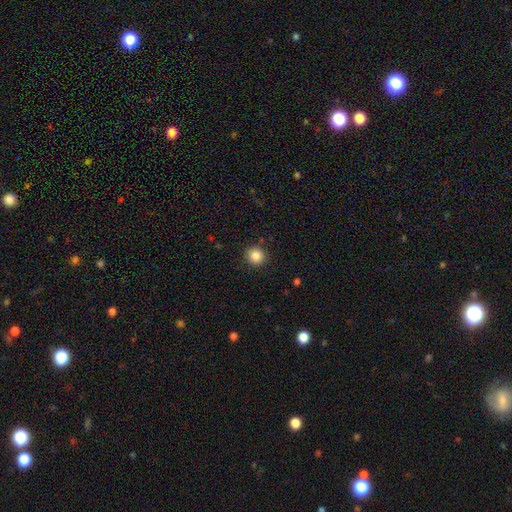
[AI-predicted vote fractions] Smooth or featured? Predicted: smooth (p=0.86). How rounded? Predicted: round (p=0.92). Merging? Predicted: none (p=0.90).